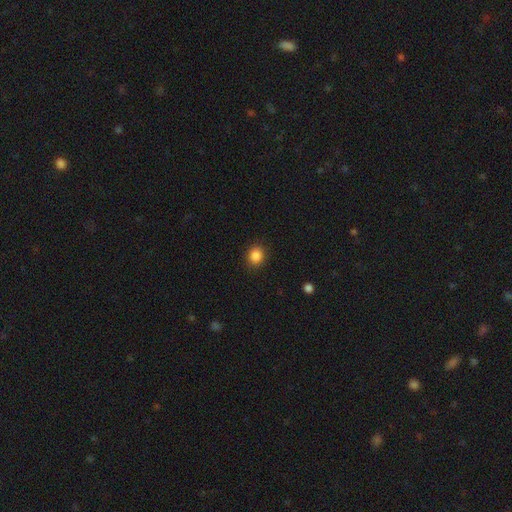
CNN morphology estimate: smooth-or-featured: smooth: 87% | star or artifact: 10% | featured or disk: 3%
  how-rounded: round: 76% | in between: 23% | cigar-shaped: 1%
  merging: none: 89% | minor disturbance: 7% | major disturbance: 2% | merger: 1%